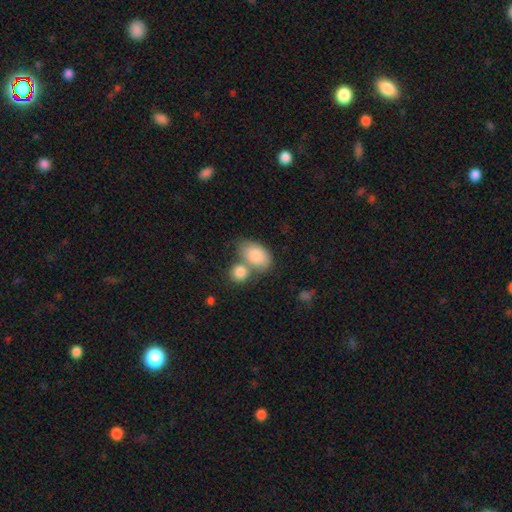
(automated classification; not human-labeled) Morphology: type=smooth (85%); roundness=in between (90%); merging=none (41%, tied with merger).